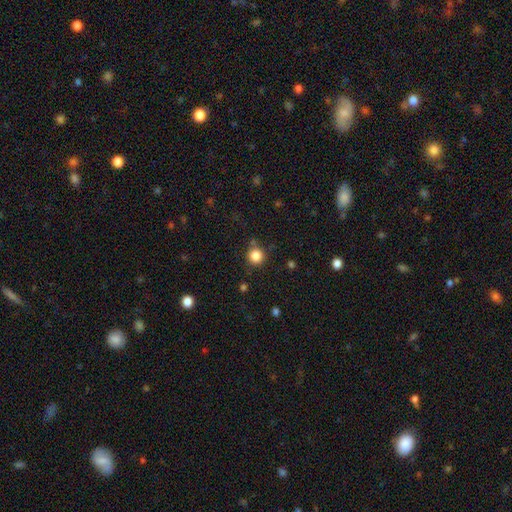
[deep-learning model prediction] Smooth or featured? Predicted: smooth (p=0.83). How rounded? Predicted: round (p=0.94). Merging? Predicted: none (p=0.81).